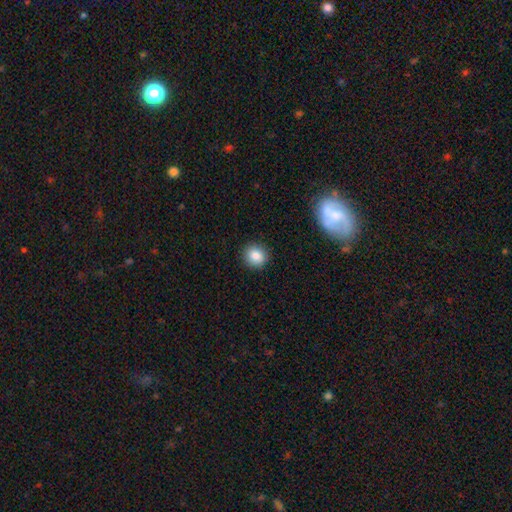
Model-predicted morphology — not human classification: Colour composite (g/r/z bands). It shows a smooth galaxy with no disk features (85%) that is round (85%). Merging: none (90%).